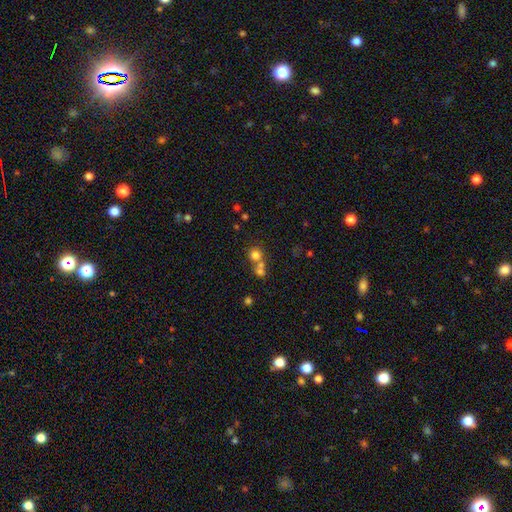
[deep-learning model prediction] smooth 73%, star or artifact 16%, featured or disk 11%. Down the decision tree: how rounded — round (89%); merging — none (49%).